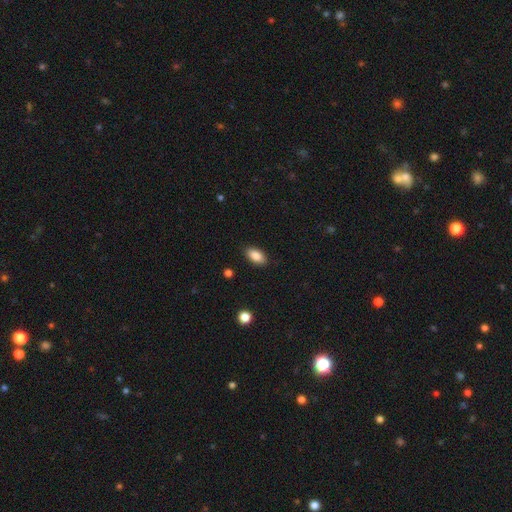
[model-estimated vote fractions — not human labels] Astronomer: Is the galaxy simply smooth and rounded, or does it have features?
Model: smooth — 87%.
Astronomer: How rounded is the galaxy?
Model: in between — 92%.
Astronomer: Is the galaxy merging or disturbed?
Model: none — 88%.